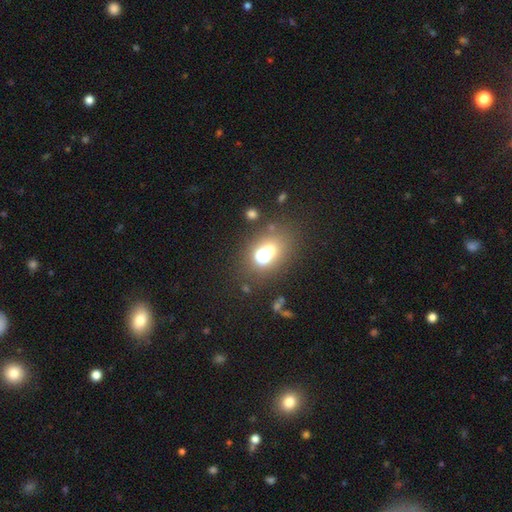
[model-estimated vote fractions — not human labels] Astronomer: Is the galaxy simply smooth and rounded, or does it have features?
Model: smooth — 61%.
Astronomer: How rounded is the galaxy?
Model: in between — 66%.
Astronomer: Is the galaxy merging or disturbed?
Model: none — 76%.